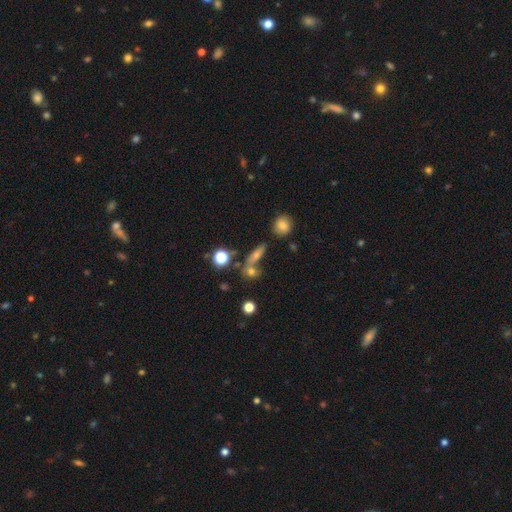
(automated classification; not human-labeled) This appears to be a smooth galaxy with no disk features (53%) that is in between round and cigar-shaped (37%). Merging: none (55%).